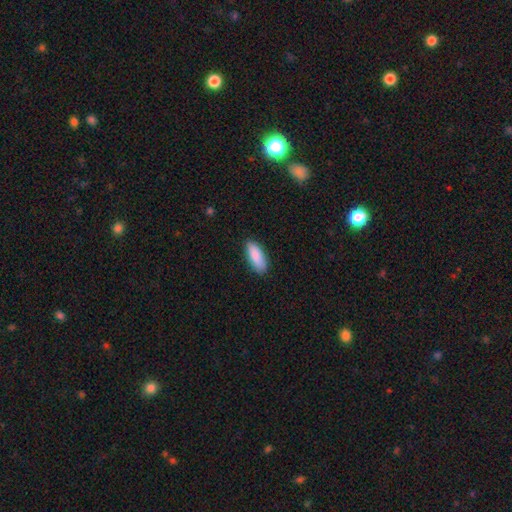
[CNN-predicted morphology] Smooth or featured? Predicted: smooth (p=0.88). How rounded? Predicted: in between (p=0.78). Merging? Predicted: none (p=0.87).